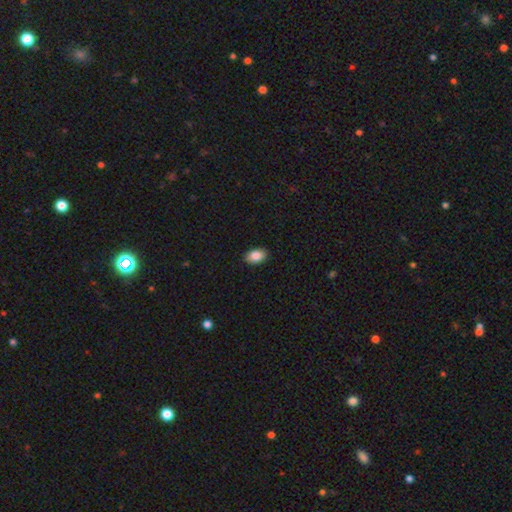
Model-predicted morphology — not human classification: Smooth or featured?
  - smooth: 87% *
  - star or artifact: 7%
  - featured or disk: 5%
How rounded?
  - in between: 90% *
  - round: 8%
  - cigar-shaped: 1%
Merging?
  - none: 90% *
  - minor disturbance: 8%
  - major disturbance: 2%
  - merger: 1%